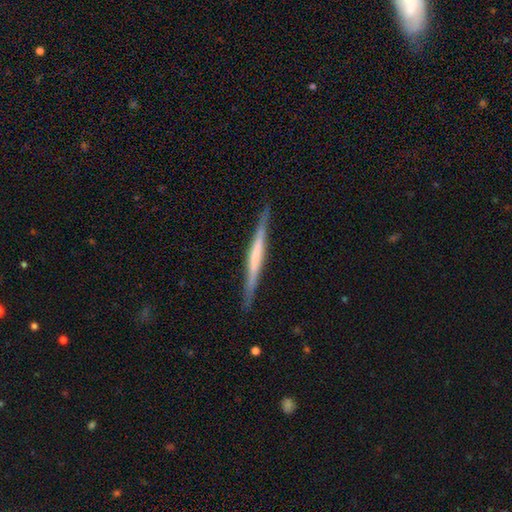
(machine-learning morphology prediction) Overall: featured or disk (65%; smooth 29%). Edge-on disk: yes (97%). Edge-on bulge: none (57%; boxy 25%). Merging: none (88%).